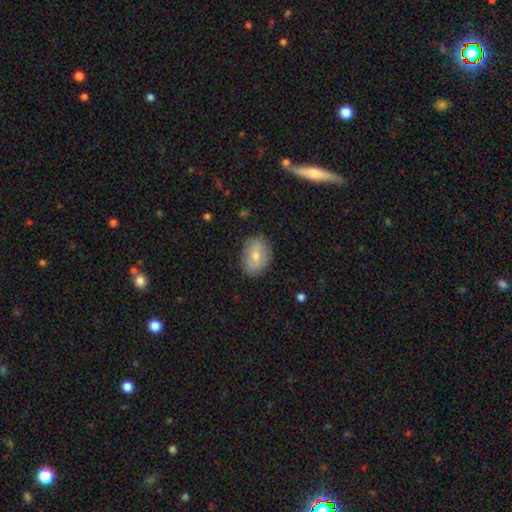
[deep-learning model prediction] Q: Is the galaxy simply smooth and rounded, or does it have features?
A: smooth — 70%.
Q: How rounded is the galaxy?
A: in between — 76%.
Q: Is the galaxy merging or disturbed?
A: none — 83%.